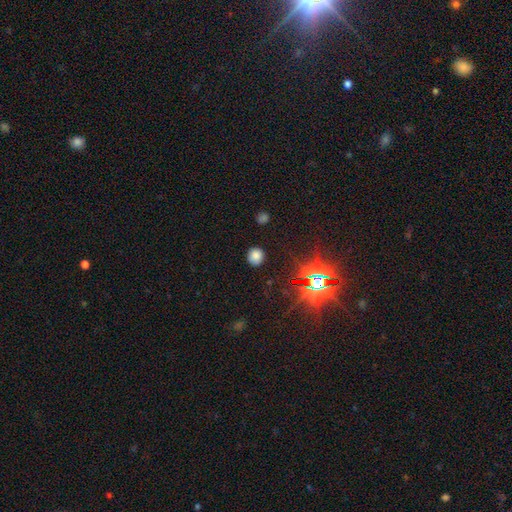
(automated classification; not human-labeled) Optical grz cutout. It shows a smooth galaxy with no disk features (74%) that is round (80%). Merging: none (86%).